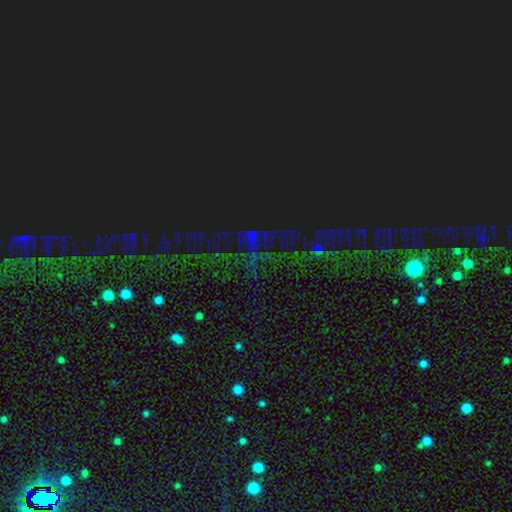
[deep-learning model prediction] Smooth or featured? Predicted: star or artifact (p=0.80).